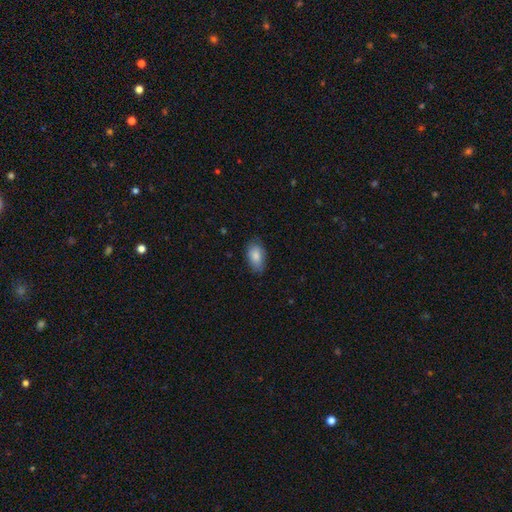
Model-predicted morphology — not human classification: type=smooth (85%); roundness=in between (92%); merging=none (77%).